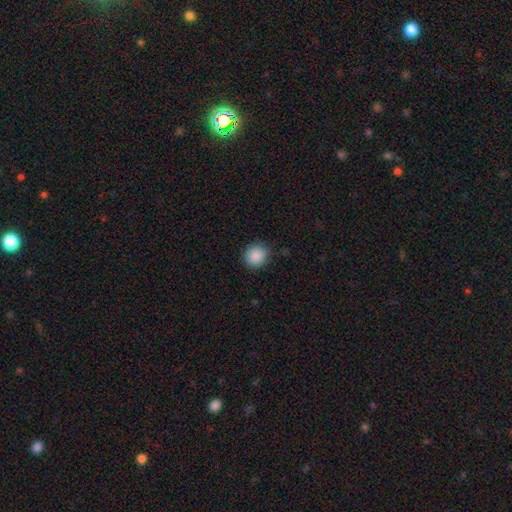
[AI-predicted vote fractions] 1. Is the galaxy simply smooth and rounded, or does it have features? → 89% smooth, 8% star or artifact, 3% featured or disk.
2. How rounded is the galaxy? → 86% round, 13% in between, 1% cigar-shaped.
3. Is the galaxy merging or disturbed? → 86% none, 10% minor disturbance, 3% major disturbance, 1% merger.